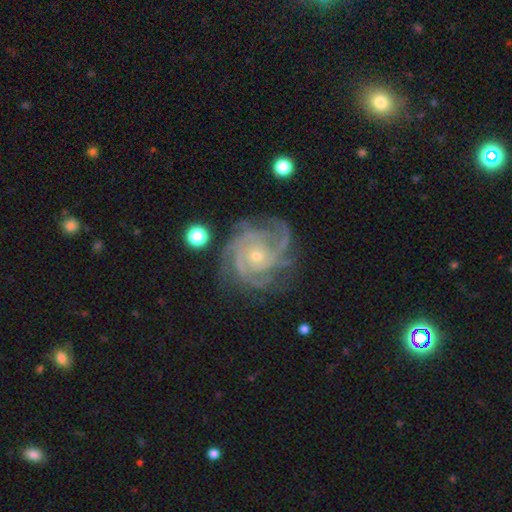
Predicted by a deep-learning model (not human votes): smooth-or-featured: featured or disk: 90% | star or artifact: 6% | smooth: 4%
  disk-edge-on: no: 98% | yes: 2%
    bar: no: 77% | weak: 18% | strong: 5%
    has-spiral-arms: yes: 98% | no: 2%
      spiral-winding: tight: 66% | medium: 29% | loose: 4%
      spiral-arm-count: 3: 31% | 4: 30% | can't tell: 14% | 2: 10% | more than 4: 8% | 1: 6%
    bulge-size: small: 71% | moderate: 26% | none: 1% | large: 1% | dominant: 1%
  merging: none: 72% | minor disturbance: 18% | major disturbance: 8% | merger: 2%